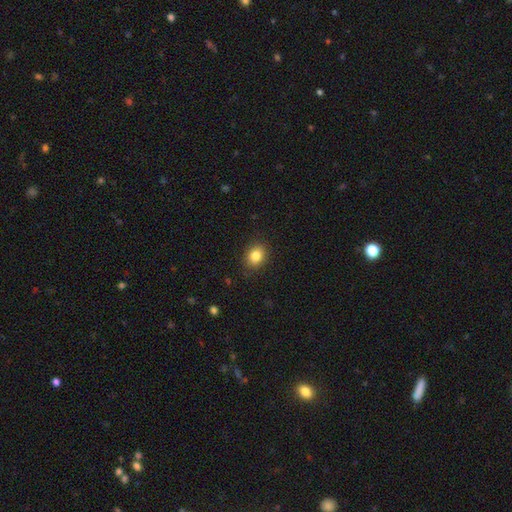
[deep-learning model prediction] smooth 84%, star or artifact 10%, featured or disk 7%. Down the decision tree: how rounded — in between (53%); merging — none (87%).